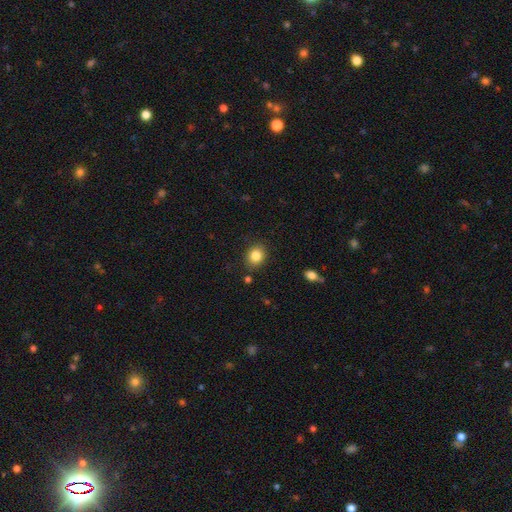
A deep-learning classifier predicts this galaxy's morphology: The model was most divided on "how rounded": round: 62%, in between: 37%, cigar-shaped: 1%. More confident: merging — none (86%); smooth or featured — smooth (85%).